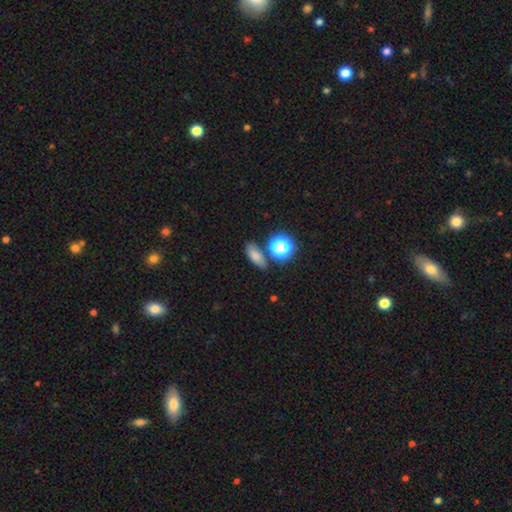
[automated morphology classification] Overall: smooth (73%). How rounded: in between (71%). Merging: none (74%).